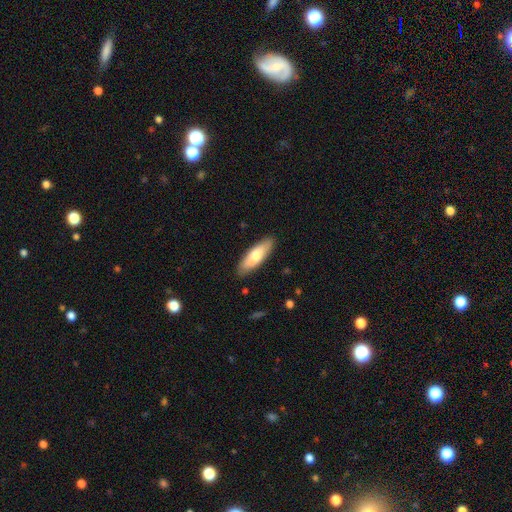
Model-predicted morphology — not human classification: This is likely a smooth galaxy (67%). How rounded: possibly in between (53%). Merging: clearly none (86%).